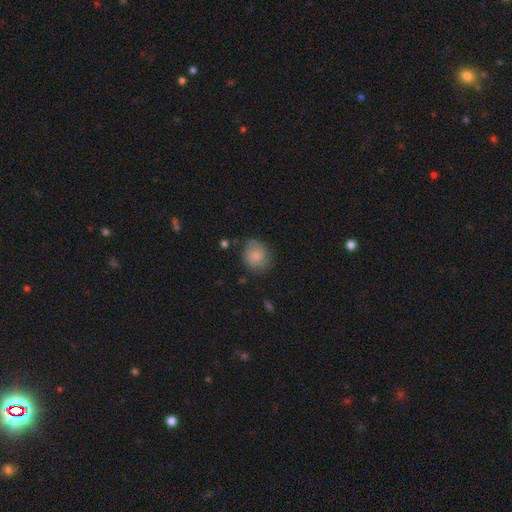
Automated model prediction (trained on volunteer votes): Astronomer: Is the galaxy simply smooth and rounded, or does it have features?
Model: smooth — 83%.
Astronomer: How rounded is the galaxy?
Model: round — 68%.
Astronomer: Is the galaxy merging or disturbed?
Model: none — 68%.